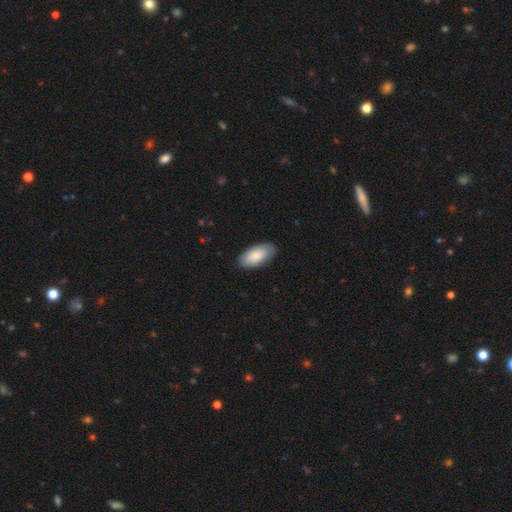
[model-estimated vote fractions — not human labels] Q: Smooth or featured?
A: smooth (85%); runner-up: featured or disk (9%)
Q: How rounded?
A: in between (94%); runner-up: cigar-shaped (5%)
Q: Merging?
A: none (84%); runner-up: minor disturbance (13%)